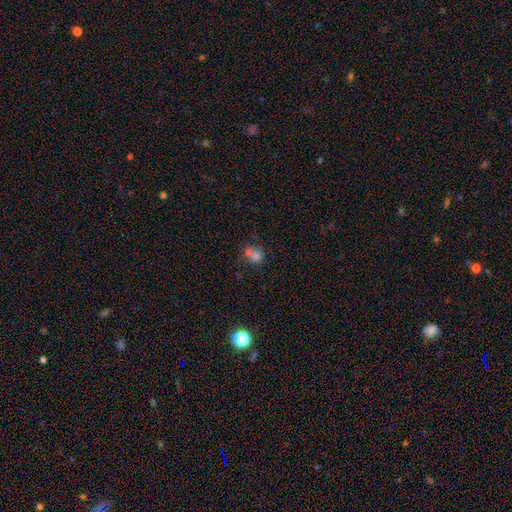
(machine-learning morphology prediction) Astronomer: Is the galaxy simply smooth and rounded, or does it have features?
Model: smooth — 71%.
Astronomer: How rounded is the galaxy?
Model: round — 68%.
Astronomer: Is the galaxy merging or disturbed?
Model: merger — 44% (runner-up: none, 38%).